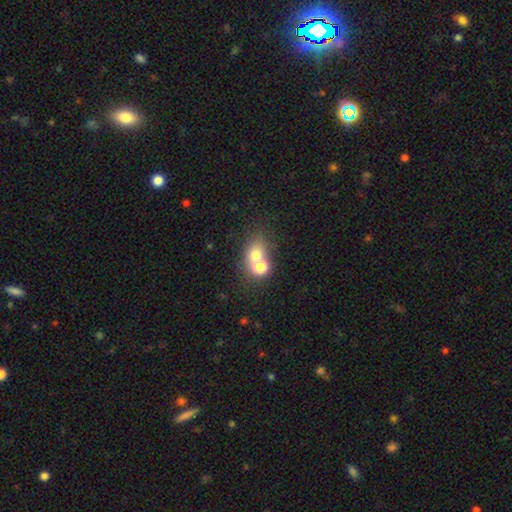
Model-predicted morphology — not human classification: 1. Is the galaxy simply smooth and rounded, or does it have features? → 67% smooth, 18% featured or disk, 15% star or artifact.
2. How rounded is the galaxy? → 59% round, 39% in between, 1% cigar-shaped.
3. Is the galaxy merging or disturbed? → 55% merger, 34% none, 7% minor disturbance, 4% major disturbance.